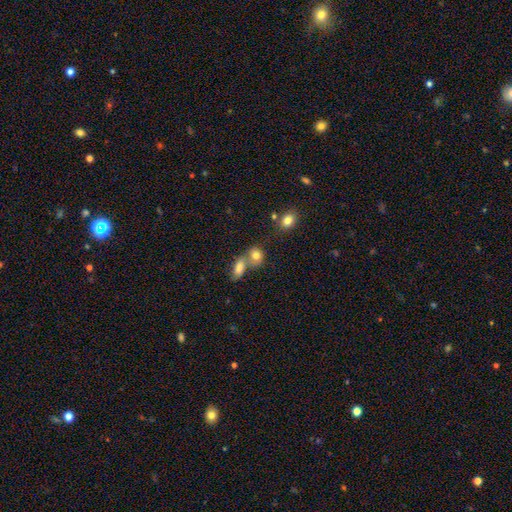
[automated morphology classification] Q: Smooth or featured?
A: smooth (79%); runner-up: star or artifact (11%)
Q: How rounded?
A: round (53%); runner-up: in between (45%)
Q: Merging?
A: merger (48%); runner-up: none (39%)